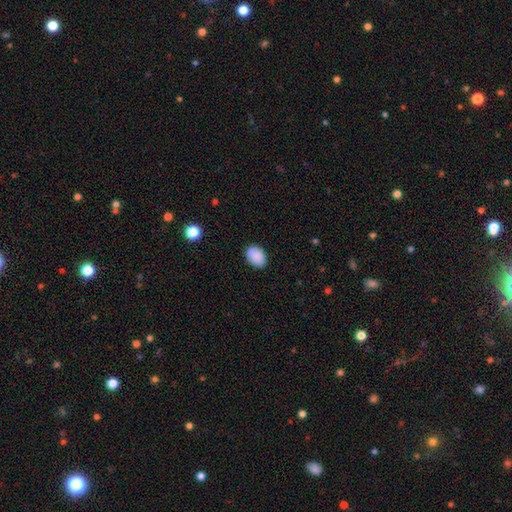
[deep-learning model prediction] Smooth or featured?
  - smooth: 89% *
  - star or artifact: 7%
  - featured or disk: 4%
How rounded?
  - in between: 80% *
  - round: 19%
  - cigar-shaped: 1%
Merging?
  - none: 85% *
  - minor disturbance: 12%
  - major disturbance: 2%
  - merger: 1%